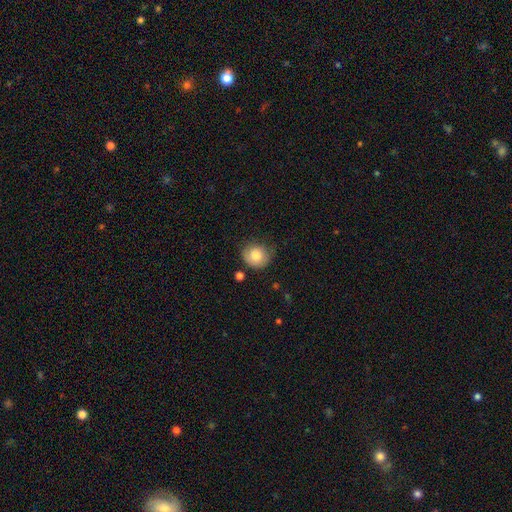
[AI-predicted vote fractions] A smooth galaxy with no disk features (81%) that is round (81%).

Vote fractions:
- Smooth or featured? smooth: 81% / featured or disk: 12% / star or artifact: 8%
- How rounded? round: 81% / in between: 18% / cigar-shaped: 1%
- Merging? none: 64% / minor disturbance: 26% / major disturbance: 7% / merger: 3%